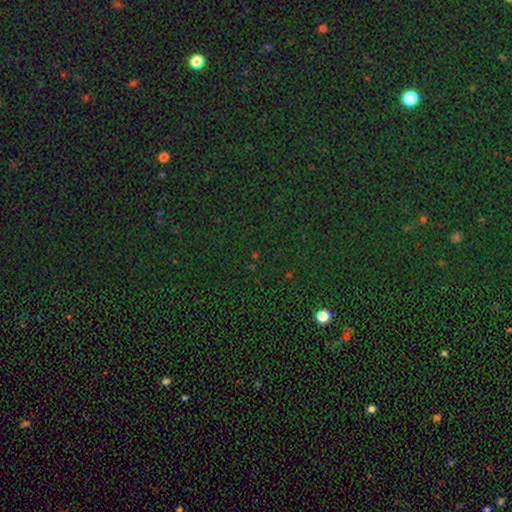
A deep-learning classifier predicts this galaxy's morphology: smooth_or_featured: star or artifact (p=0.70) [alt: smooth p=0.21]